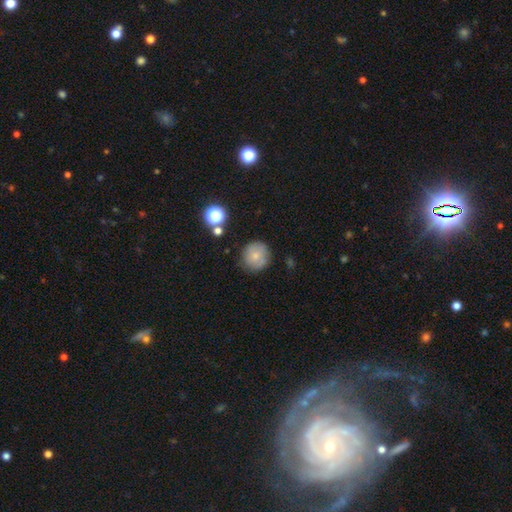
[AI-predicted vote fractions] Smooth or featured: smooth — 74% (featured or disk — 16%)
How rounded: round — 93% (in between — 6%)
Merging: none — 81% (minor disturbance — 13%)